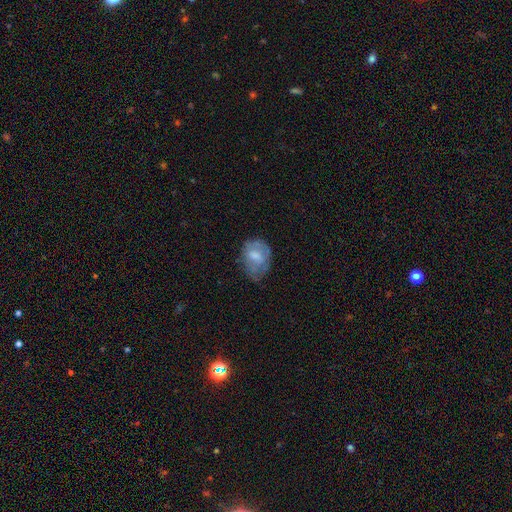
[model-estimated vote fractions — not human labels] A smooth galaxy with no disk features (56%) that is in between round and cigar-shaped (71%).

Vote fractions:
- Smooth or featured? smooth: 56% / featured or disk: 37% / star or artifact: 7%
- How rounded? in between: 71% / round: 28% / cigar-shaped: 1%
- Merging? none: 42% / minor disturbance: 36% / major disturbance: 20% / merger: 2%